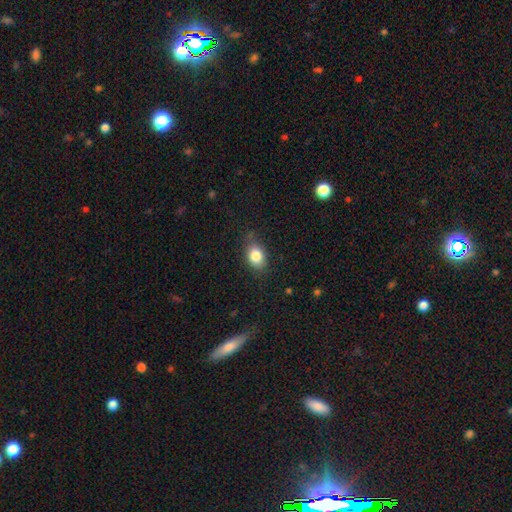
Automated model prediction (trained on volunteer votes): This is clearly a smooth galaxy (83%). How rounded: likely in between (70%). Merging: likely none (77%).